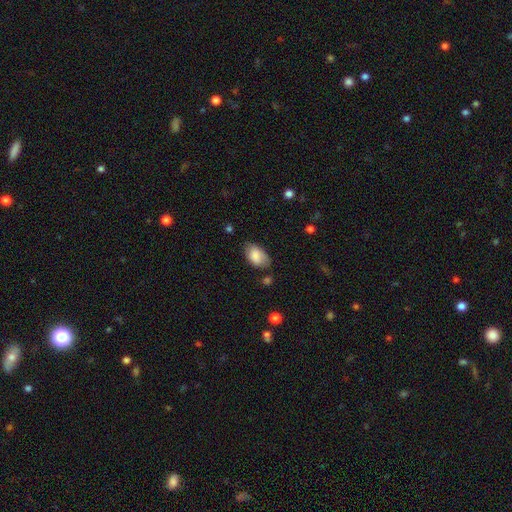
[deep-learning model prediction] The model was most divided on "merging": none: 62%, minor disturbance: 28%, major disturbance: 7%, merger: 3%. More confident: how rounded — in between (93%); smooth or featured — smooth (82%).